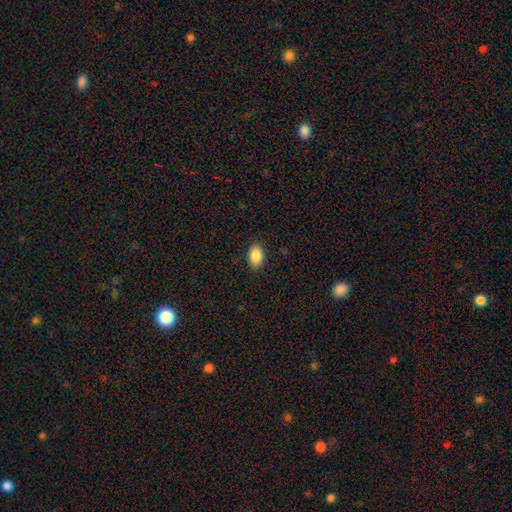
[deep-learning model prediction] Smooth or featured: smooth — 88% (star or artifact — 8%)
How rounded: in between — 89% (round — 10%)
Merging: none — 86% (minor disturbance — 11%)